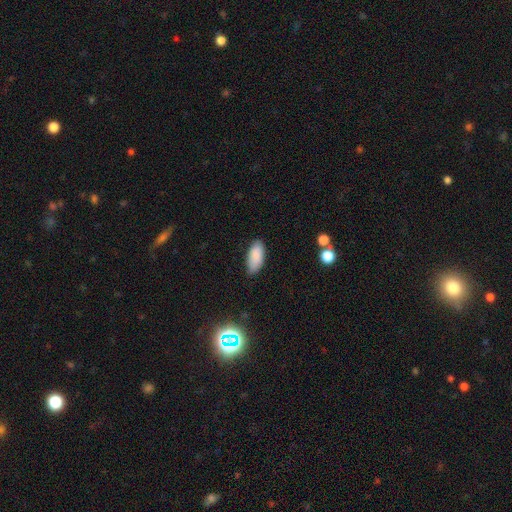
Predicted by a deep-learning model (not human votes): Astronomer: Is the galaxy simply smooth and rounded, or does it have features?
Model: smooth — 88%.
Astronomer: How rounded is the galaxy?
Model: in between — 88%.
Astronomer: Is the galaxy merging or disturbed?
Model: none — 81%.